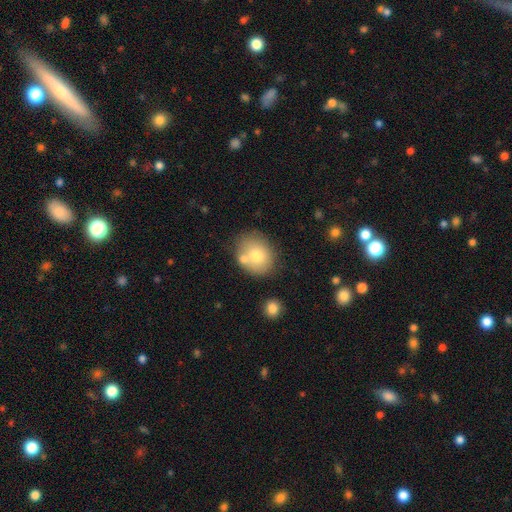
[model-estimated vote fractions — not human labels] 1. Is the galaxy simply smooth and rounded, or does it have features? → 72% smooth, 19% featured or disk, 9% star or artifact.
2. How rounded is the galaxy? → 55% round, 44% in between, 1% cigar-shaped.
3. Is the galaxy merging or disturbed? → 59% none, 22% merger, 15% minor disturbance, 4% major disturbance.